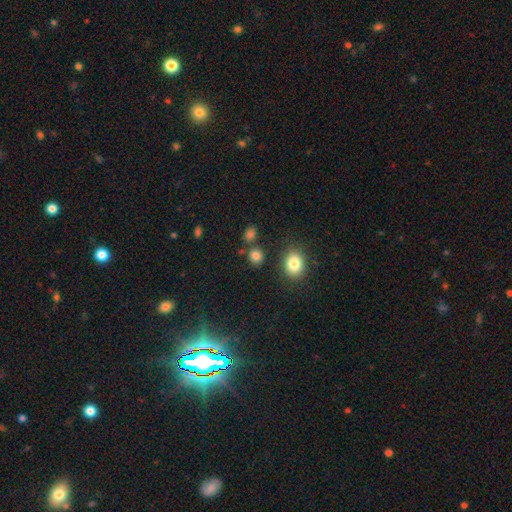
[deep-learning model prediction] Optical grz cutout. It shows a smooth galaxy with no disk features (82%) that is round (76%). Merging: none (77%).